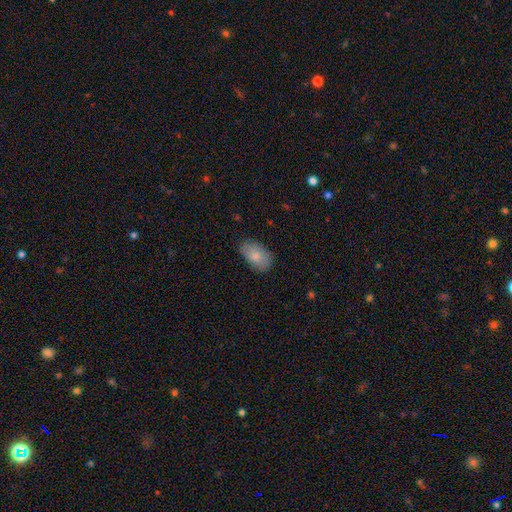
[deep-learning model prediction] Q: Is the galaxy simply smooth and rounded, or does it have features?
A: smooth — 82%.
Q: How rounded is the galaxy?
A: in between — 93%.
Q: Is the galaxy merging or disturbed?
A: none — 78%.